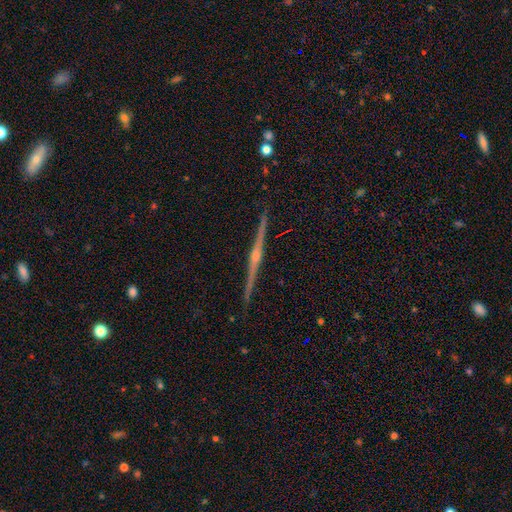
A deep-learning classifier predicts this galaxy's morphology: Smooth or featured? featured or disk (79%)
Edge-on disk? yes (98%)
Edge-on bulge? rounded (84%)
Merging? none (89%)